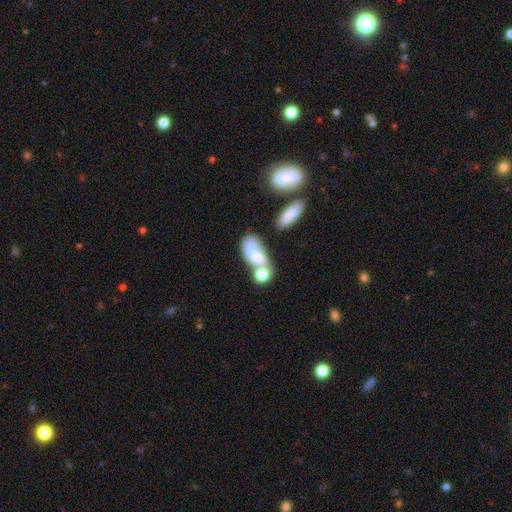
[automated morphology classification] Q: Smooth or featured?
A: smooth (54%); runner-up: featured or disk (37%)
Q: How rounded?
A: in between (84%); runner-up: round (11%)
Q: Merging?
A: merger (50%); runner-up: none (22%)